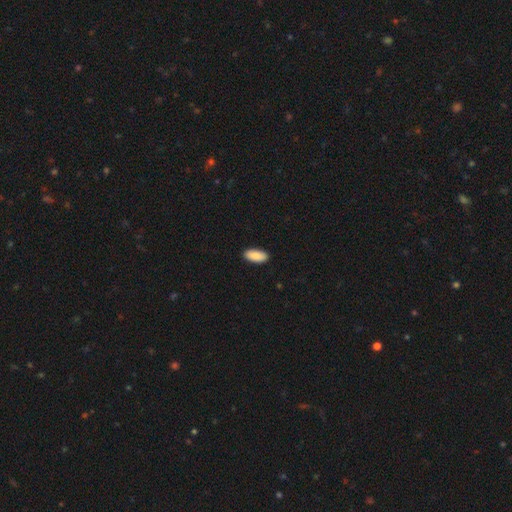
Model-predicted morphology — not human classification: Smooth or featured?
  - smooth: 89% *
  - star or artifact: 6%
  - featured or disk: 6%
How rounded?
  - in between: 91% *
  - cigar-shaped: 7%
  - round: 2%
Merging?
  - none: 91% *
  - minor disturbance: 7%
  - major disturbance: 1%
  - merger: 1%